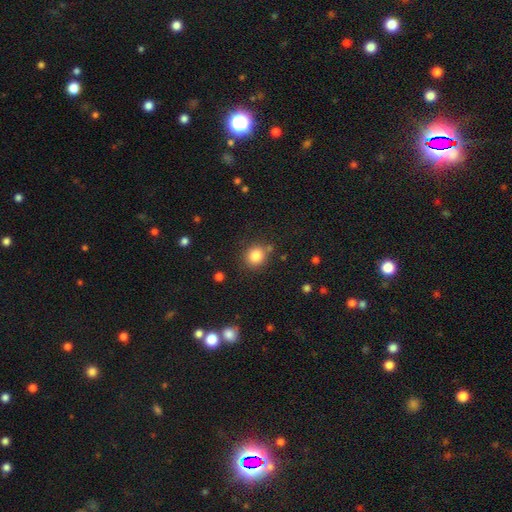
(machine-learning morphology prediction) Q: Smooth or featured?
A: smooth (83%); runner-up: star or artifact (11%)
Q: How rounded?
A: round (86%); runner-up: in between (13%)
Q: Merging?
A: none (80%); runner-up: minor disturbance (10%)